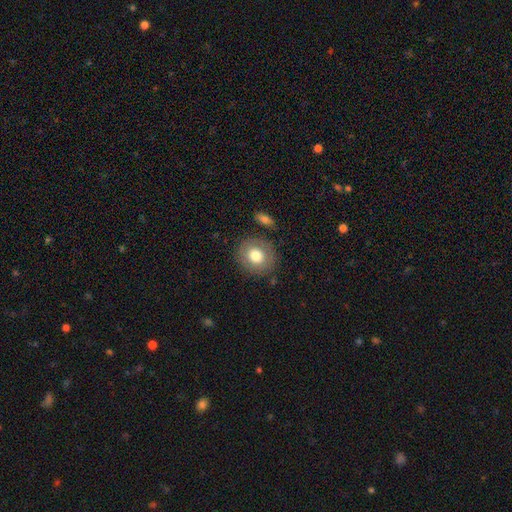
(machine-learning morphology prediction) Q: Smooth or featured?
A: smooth (74%); runner-up: featured or disk (18%)
Q: How rounded?
A: round (78%); runner-up: in between (21%)
Q: Merging?
A: none (83%); runner-up: minor disturbance (10%)